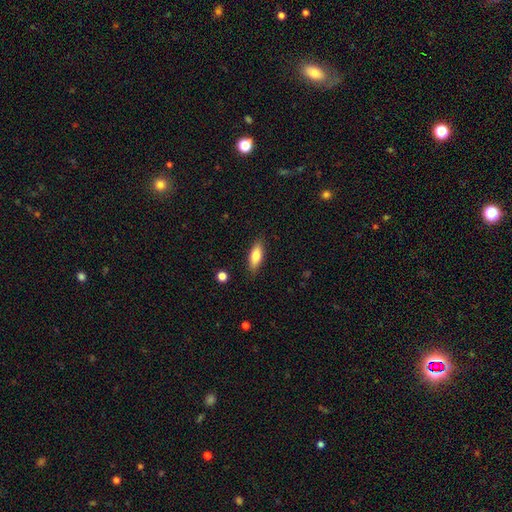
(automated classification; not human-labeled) smooth-or-featured: smooth: 75% | featured or disk: 18% | star or artifact: 7%
  how-rounded: in between: 65% | cigar-shaped: 33% | round: 2%
  merging: none: 86% | minor disturbance: 11% | major disturbance: 2% | merger: 1%